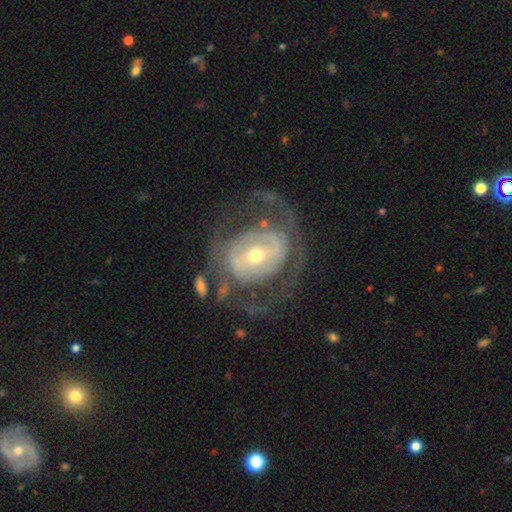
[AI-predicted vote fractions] smooth_or_featured: featured or disk (p=0.76) [alt: smooth p=0.17]
disk_edge_on: no (p=0.95) [alt: yes p=0.05]
bar: no (p=0.42) [alt: weak p=0.32]
has_spiral_arms: yes (p=0.54) [alt: no p=0.46]
bulge_size: moderate (p=0.47) [alt: small p=0.46]
merging: none (p=0.59) [alt: major disturbance p=0.23]